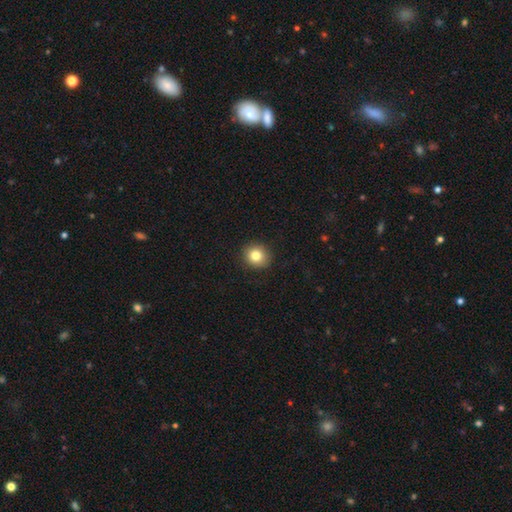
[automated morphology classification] A smooth galaxy with no disk features (81%) that is round (87%). Merging: none (91%).